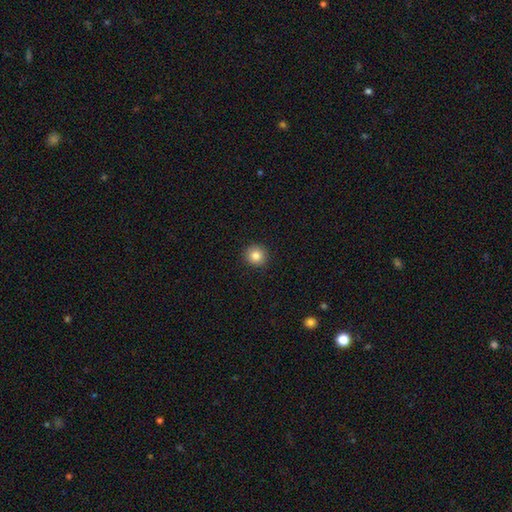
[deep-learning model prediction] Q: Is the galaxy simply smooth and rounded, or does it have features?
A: smooth — 84%.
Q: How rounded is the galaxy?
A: round — 94%.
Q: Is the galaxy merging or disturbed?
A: none — 92%.